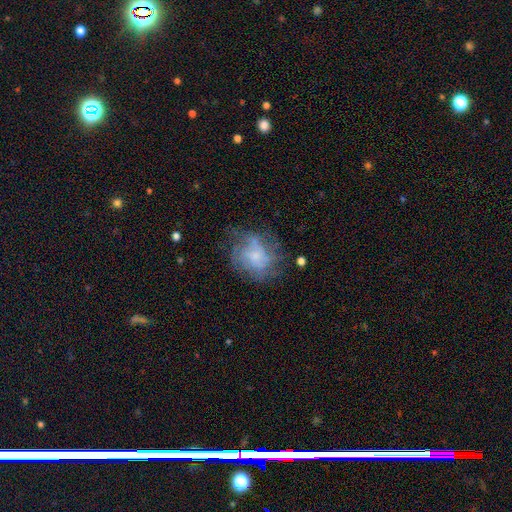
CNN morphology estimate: Overall: featured or disk (58%; smooth 31%). Edge-on disk: no (97%). Bar: no (75%). Spiral arms: yes (68%; no 32%). Bulge size: small (47%; moderate 25%). Merging: none (59%; minor disturbance 21%).